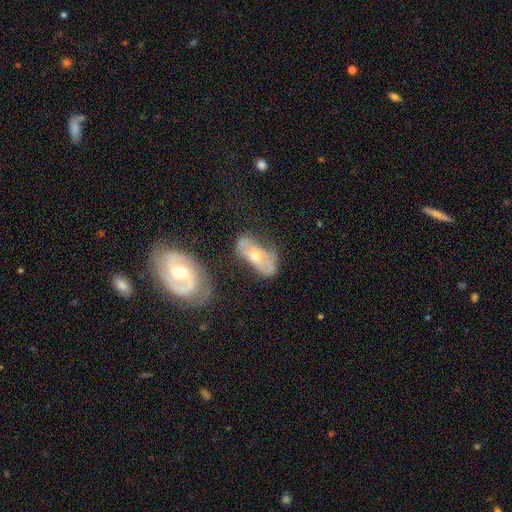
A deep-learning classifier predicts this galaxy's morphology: A featured or disk galaxy (65%) with no bar (65%), spiral arms (58%) and a moderate central bulge (64%).

Vote fractions:
- Smooth or featured? featured or disk: 65% / smooth: 27% / star or artifact: 8%
- Edge-on disk? no: 89% / yes: 11%
- Bar? no: 65% / weak: 23% / strong: 12%
- Spiral arms? yes: 58% / no: 42%
- Bulge size? moderate: 64% / small: 30% / large: 3% / none: 1% / dominant: 1%
- Merging? none: 38% / minor disturbance: 25% / major disturbance: 21% / merger: 15%